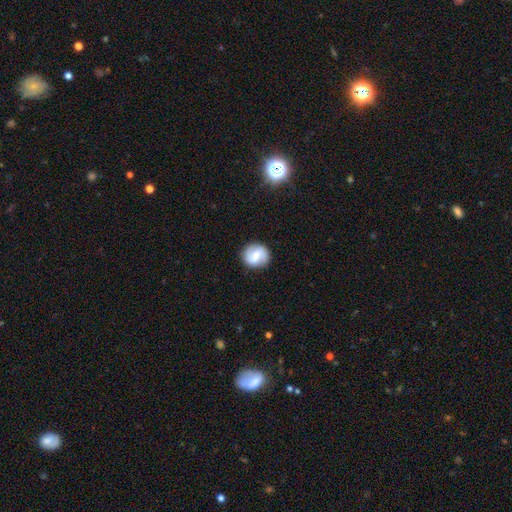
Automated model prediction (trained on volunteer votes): Morphology: type=featured or disk (55%); edge-on=no (98%); bar=weak (50%); spiral arms=yes (87%); bulge=moderate (51%); merging=none (86%).